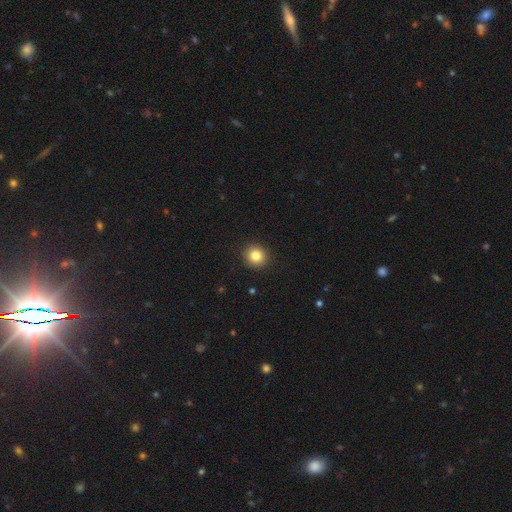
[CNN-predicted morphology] The model was most divided on "smooth or featured": smooth: 85%, star or artifact: 10%, featured or disk: 5%. More confident: merging — none (92%); how rounded — round (89%).